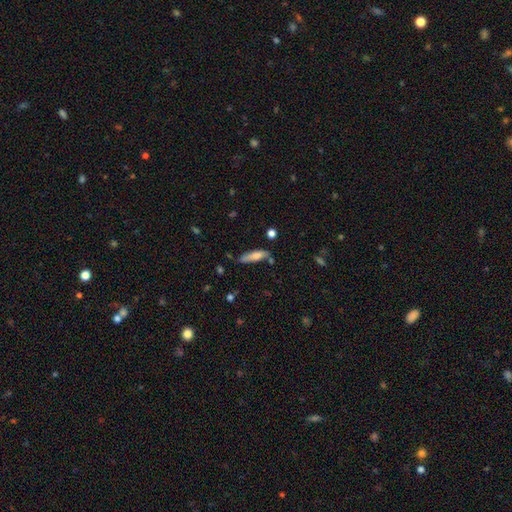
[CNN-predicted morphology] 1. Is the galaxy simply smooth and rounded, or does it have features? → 73% smooth, 20% featured or disk, 7% star or artifact.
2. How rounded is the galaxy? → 67% cigar-shaped, 31% in between, 2% round.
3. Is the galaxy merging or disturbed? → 65% none, 22% minor disturbance, 7% merger, 5% major disturbance.